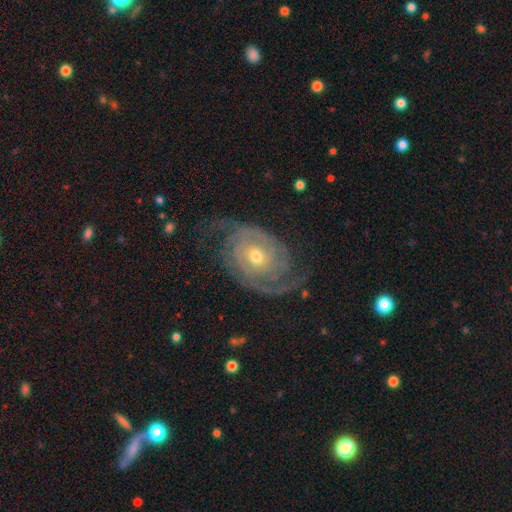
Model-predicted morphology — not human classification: Smooth or featured: featured or disk — 88% (star or artifact — 7%)
Edge-on disk: no — 97% (yes — 3%)
Bar: no — 70% (weak — 22%)
Spiral arms: yes — 97% (no — 3%)
Spiral winding: tight — 58% (medium — 33%)
Spiral arm count: 2 — 75% (can't tell — 8%)
Bulge size: moderate — 56% (small — 39%)
Merging: none — 75% (minor disturbance — 15%)